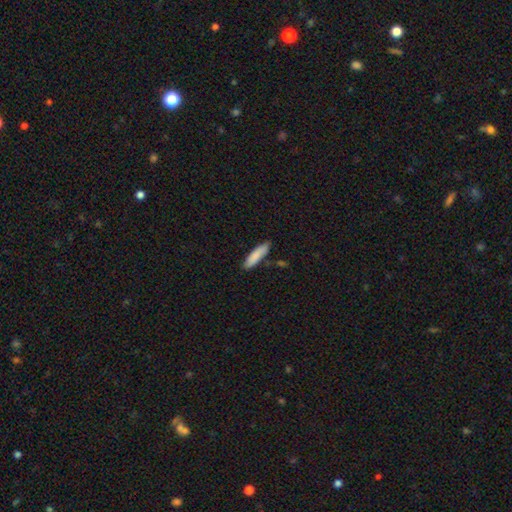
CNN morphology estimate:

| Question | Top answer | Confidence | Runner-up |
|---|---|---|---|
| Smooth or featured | smooth | 86% | featured or disk (9%) |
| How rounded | cigar-shaped | 71% | in between (28%) |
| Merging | none | 82% | minor disturbance (12%) |